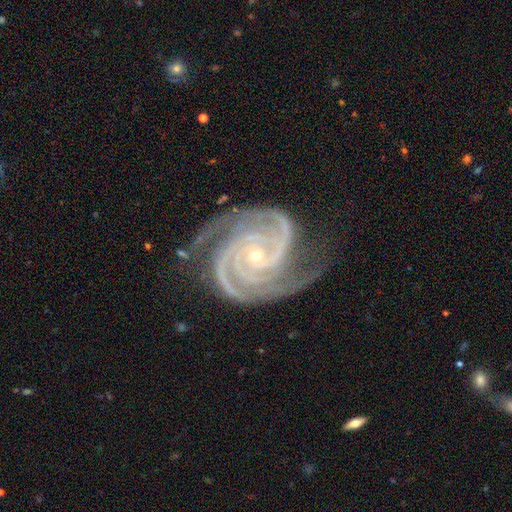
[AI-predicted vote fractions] This appears to be a featured or disk galaxy (94%) with no bar (68%), 3 (38%) tight (72%) spiral arms (99%) and a small central bulge (78%). Merging: none (71%).